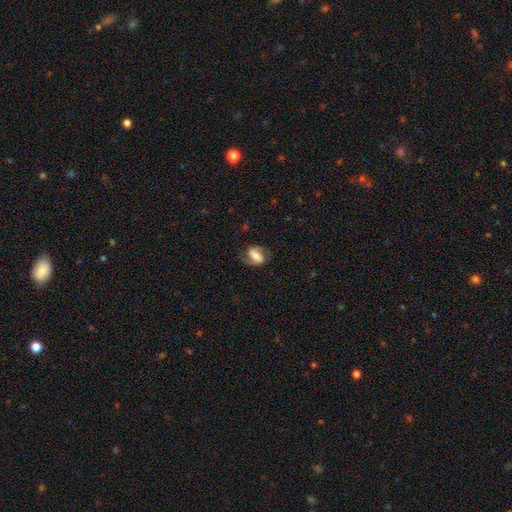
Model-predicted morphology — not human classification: Smooth or featured? featured or disk (59%)
Edge-on disk? no (96%)
Bar? strong (40%)
Spiral arms? yes (88%)
Spiral winding? medium (45%)
Spiral arm count? 2 (87%)
Bulge size? moderate (43%)
Merging? none (71%)